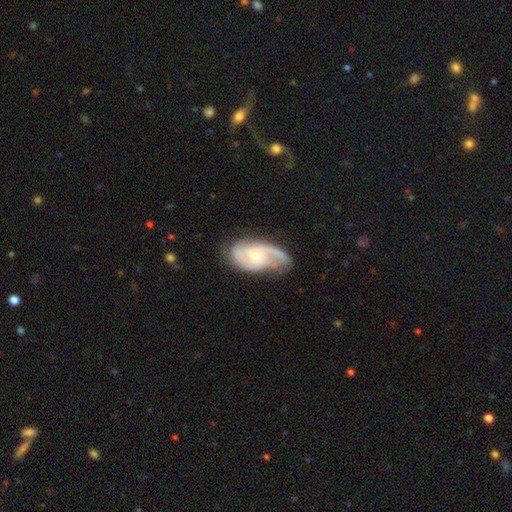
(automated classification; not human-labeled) featured or disk 77%, smooth 17%, star or artifact 5%. Down the decision tree: edge-on disk — no (95%); bar — no (60%); spiral arms — yes (92%); spiral arm count — 2 (61%); spiral winding — medium (44%); bulge size — moderate (48%); merging — none (54%).